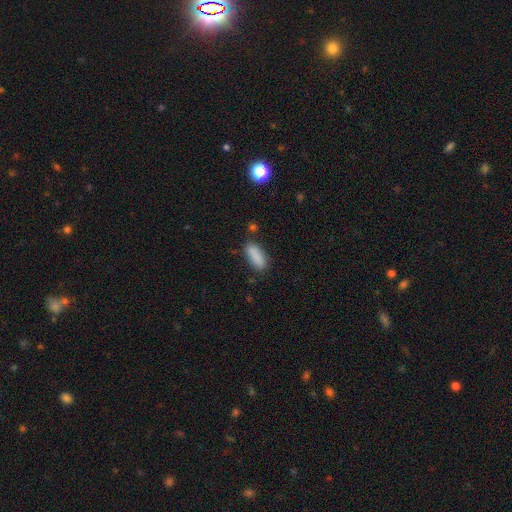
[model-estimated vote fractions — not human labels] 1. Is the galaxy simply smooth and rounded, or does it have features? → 88% smooth, 8% star or artifact, 5% featured or disk.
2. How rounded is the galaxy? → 73% in between, 25% cigar-shaped, 2% round.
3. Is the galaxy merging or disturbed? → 77% none, 16% minor disturbance, 4% major disturbance, 4% merger.